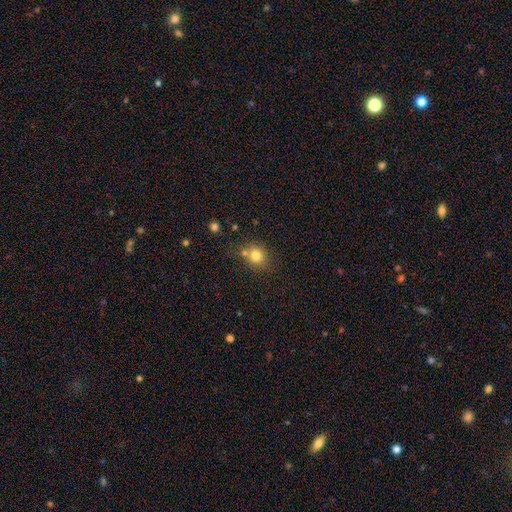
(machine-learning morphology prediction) Smooth or featured?
  - smooth: 79% *
  - star or artifact: 12%
  - featured or disk: 9%
How rounded?
  - round: 77% *
  - in between: 22%
  - cigar-shaped: 1%
Merging?
  - none: 61% *
  - merger: 21%
  - minor disturbance: 13%
  - major disturbance: 4%